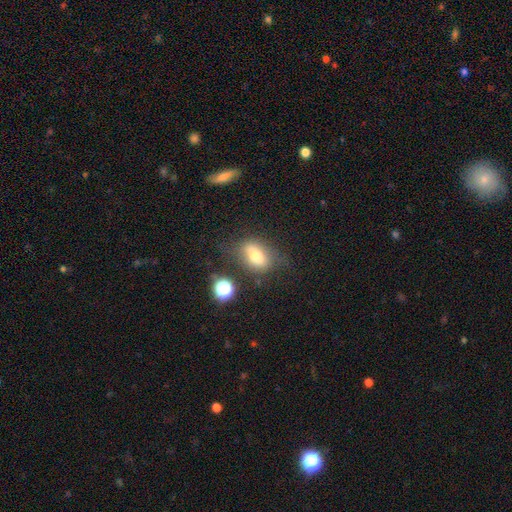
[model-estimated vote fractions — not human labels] Smooth or featured? Predicted: smooth (p=0.63). How rounded? Predicted: in between (p=0.75). Merging? Predicted: none (p=0.62).